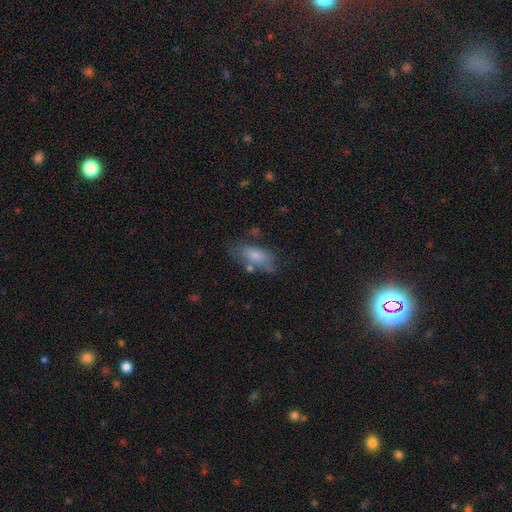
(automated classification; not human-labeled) Morphology: type=smooth (74%); roundness=in between (86%); merging=none (53%).